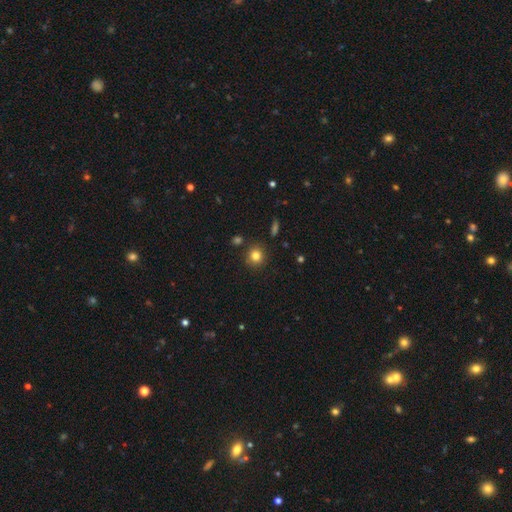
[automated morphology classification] A smooth galaxy with no disk features (81%) that is round (87%).

Vote fractions:
- Smooth or featured? smooth: 81% / star or artifact: 12% / featured or disk: 7%
- How rounded? round: 87% / in between: 12% / cigar-shaped: 1%
- Merging? none: 85% / minor disturbance: 9% / merger: 4% / major disturbance: 2%